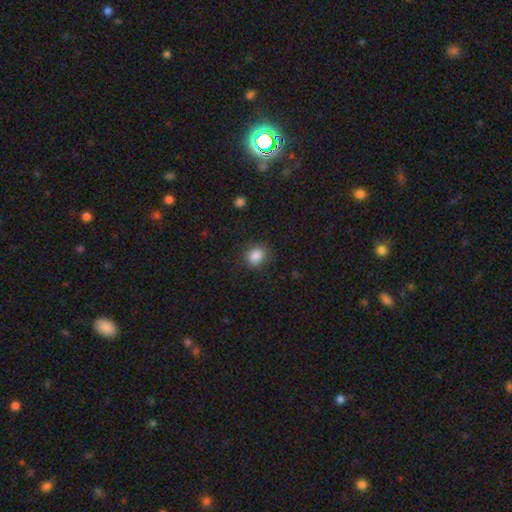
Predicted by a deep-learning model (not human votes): A smooth galaxy with no disk features (86%) that is round (53%). Merging: none (82%).